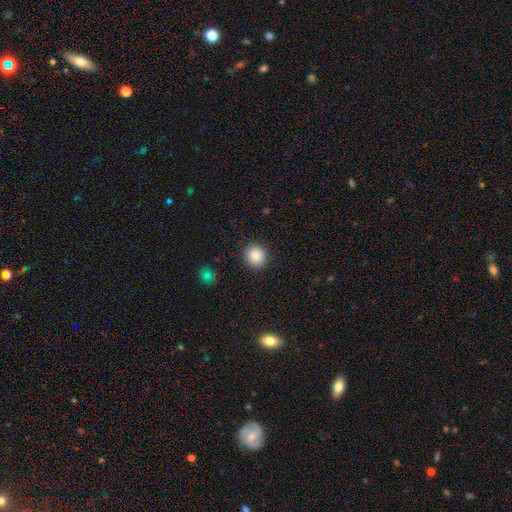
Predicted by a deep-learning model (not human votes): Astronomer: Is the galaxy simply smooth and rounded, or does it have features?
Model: smooth — 85%.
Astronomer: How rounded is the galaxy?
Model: round — 89%.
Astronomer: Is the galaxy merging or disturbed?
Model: none — 91%.